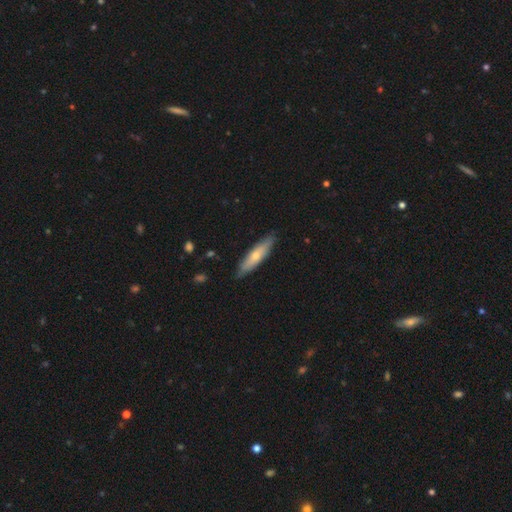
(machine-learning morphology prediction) type=smooth (59%); roundness=cigar-shaped (74%); merging=none (84%).